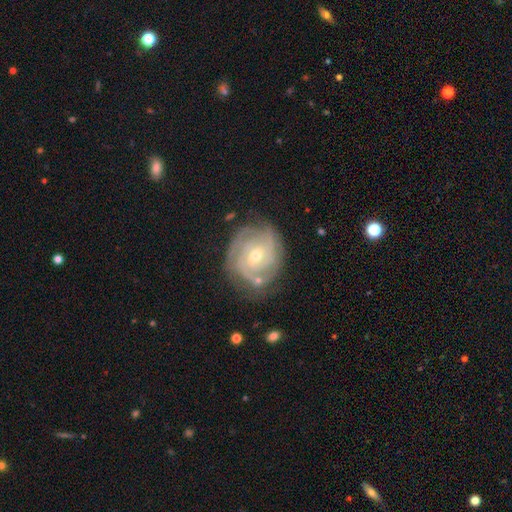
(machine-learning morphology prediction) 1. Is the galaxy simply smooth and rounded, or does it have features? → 85% featured or disk, 9% smooth, 6% star or artifact.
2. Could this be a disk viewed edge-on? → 97% no, 3% yes.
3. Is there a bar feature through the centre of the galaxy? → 58% no, 34% weak, 8% strong.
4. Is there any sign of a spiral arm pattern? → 96% yes, 4% no.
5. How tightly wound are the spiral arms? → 73% tight, 23% medium, 5% loose.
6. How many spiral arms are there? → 32% 3, 25% can't tell, 20% 2, 13% 4, 5% more than 4, 5% 1.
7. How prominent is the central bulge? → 49% small (tied), 49% moderate (tied), 1% large, 1% none, 1% dominant.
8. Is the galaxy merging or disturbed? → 72% none, 19% minor disturbance, 6% major disturbance, 3% merger.